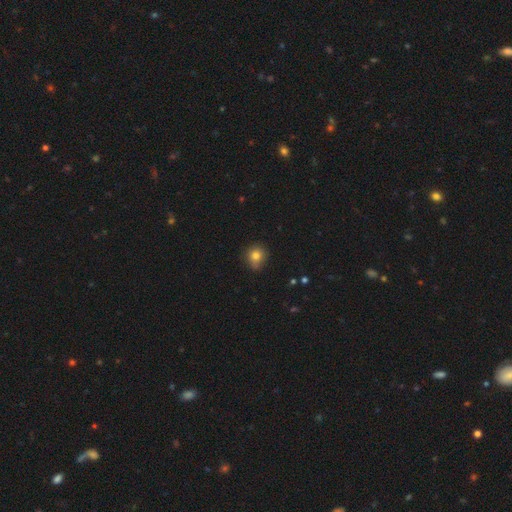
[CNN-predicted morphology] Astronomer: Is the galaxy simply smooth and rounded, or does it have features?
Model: smooth — 79%.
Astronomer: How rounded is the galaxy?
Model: round — 83%.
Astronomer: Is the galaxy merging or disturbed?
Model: none — 74%.